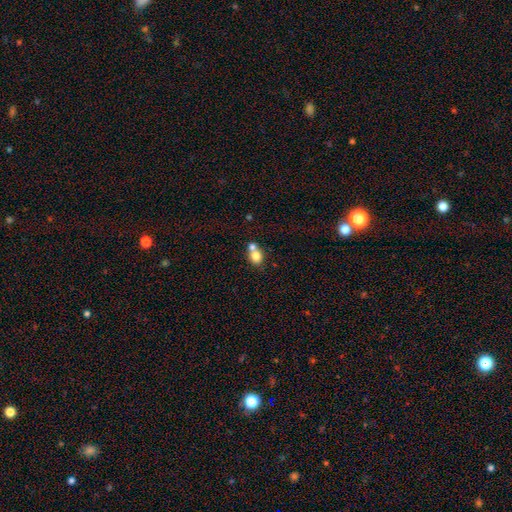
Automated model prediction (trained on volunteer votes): Q: Smooth or featured?
A: smooth (79%); runner-up: featured or disk (11%)
Q: How rounded?
A: round (63%); runner-up: in between (36%)
Q: Merging?
A: merger (48%); runner-up: none (41%)